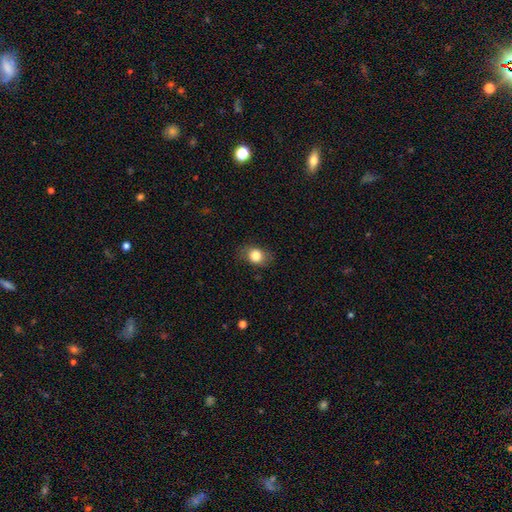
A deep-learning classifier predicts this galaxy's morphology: smooth-or-featured: smooth: 82% | star or artifact: 9% | featured or disk: 9%
  how-rounded: in between: 50% | round: 49% | cigar-shaped: 1%
  merging: none: 80% | minor disturbance: 15% | major disturbance: 4% | merger: 1%